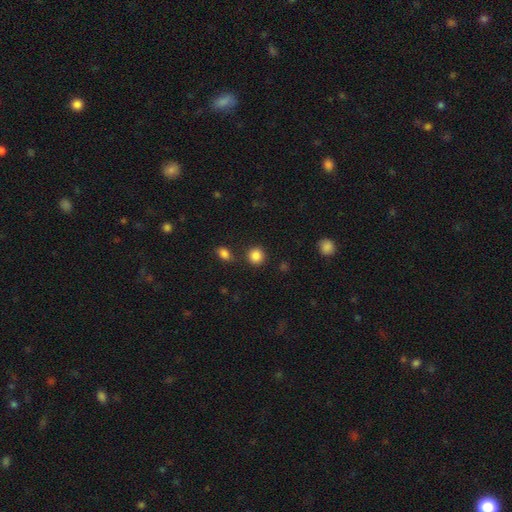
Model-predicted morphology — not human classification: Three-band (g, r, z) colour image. It shows a smooth galaxy with no disk features (86%) that is round (89%). Merging: none (83%).